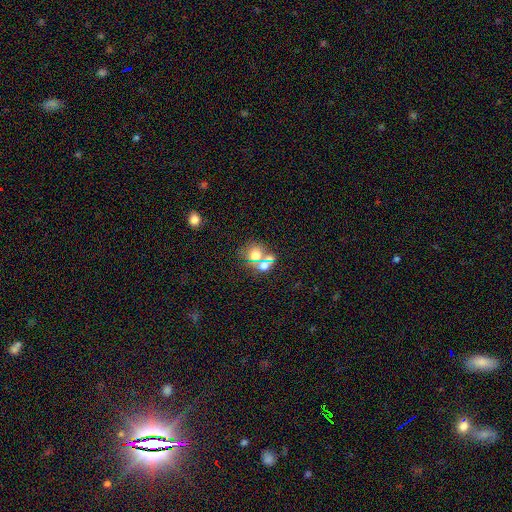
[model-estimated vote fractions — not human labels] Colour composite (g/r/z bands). It shows a smooth galaxy with no disk features (67%) that is round (79%). Merging: none (47%).